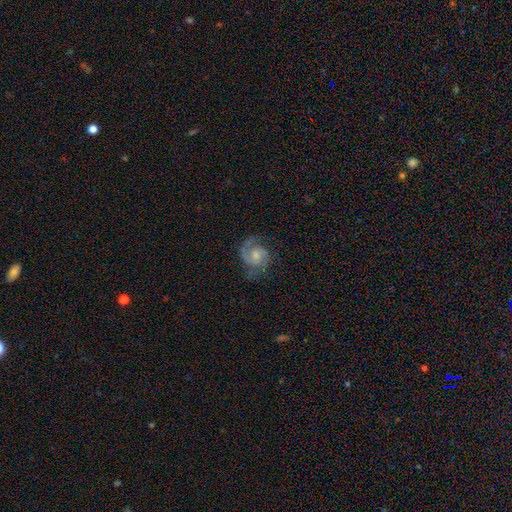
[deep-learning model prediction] featured or disk 83%, smooth 11%, star or artifact 6%. Down the decision tree: edge-on disk — no (98%); bar — no (61%); spiral arms — yes (97%); spiral arm count — 2 (82%); spiral winding — medium (51%); bulge size — moderate (47%); merging — none (69%).